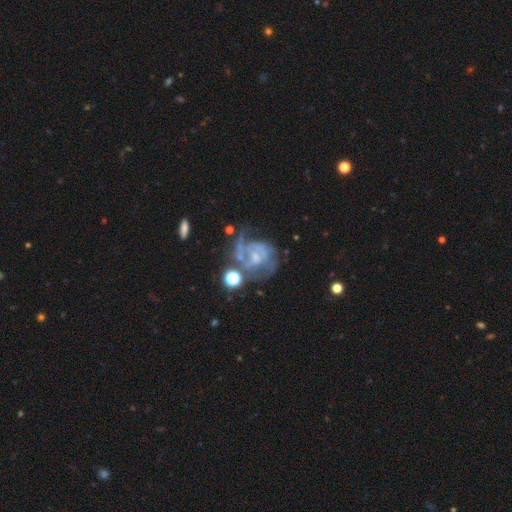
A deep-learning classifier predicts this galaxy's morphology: This appears to be a featured or disk galaxy (76%) with no bar (57%), 2 (39%) medium (43%) spiral arms (80%) and a small central bulge (43%). Merging: none (38%).